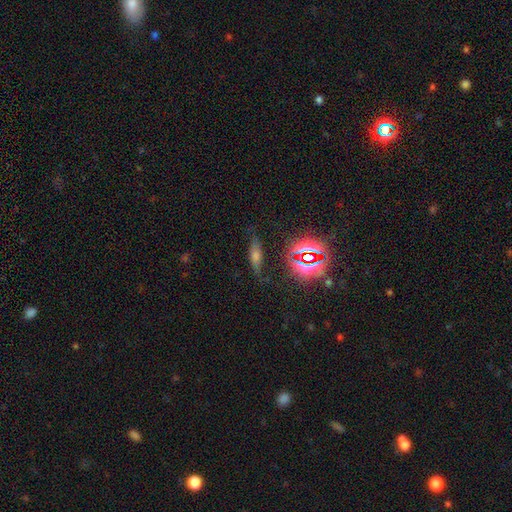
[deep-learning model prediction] Smooth or featured? Predicted: smooth (p=0.35). Merging? Predicted: none (p=0.73).